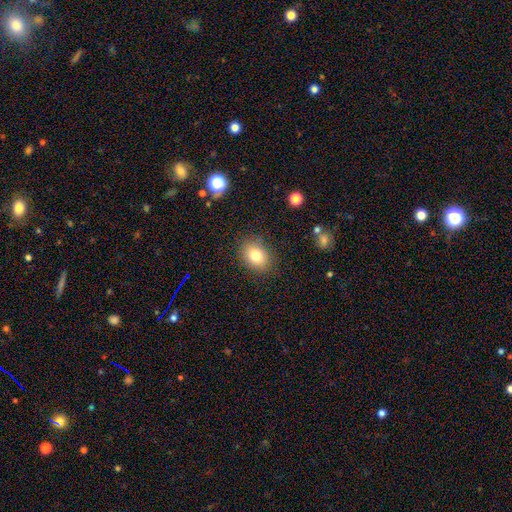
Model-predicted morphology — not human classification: Q: Smooth or featured?
A: smooth (80%); runner-up: star or artifact (10%)
Q: How rounded?
A: in between (66%); runner-up: round (33%)
Q: Merging?
A: none (85%); runner-up: minor disturbance (10%)